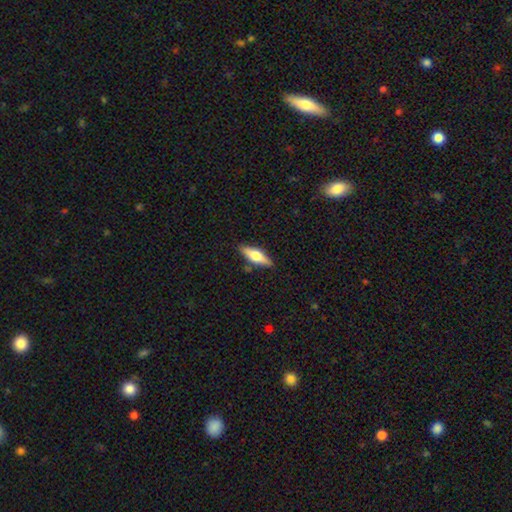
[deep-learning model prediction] Smooth or featured? smooth (52%)
How rounded? in between (50%)
Merging? none (85%)